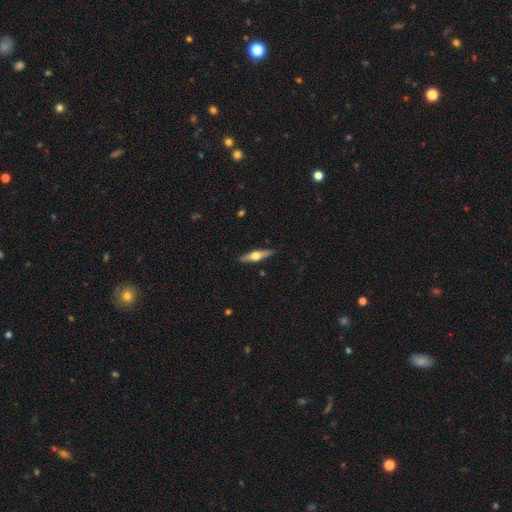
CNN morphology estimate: featured or disk 65%, smooth 30%, star or artifact 5%. Down the decision tree: edge-on disk — yes (96%); edge-on bulge — rounded (95%); merging — none (90%).